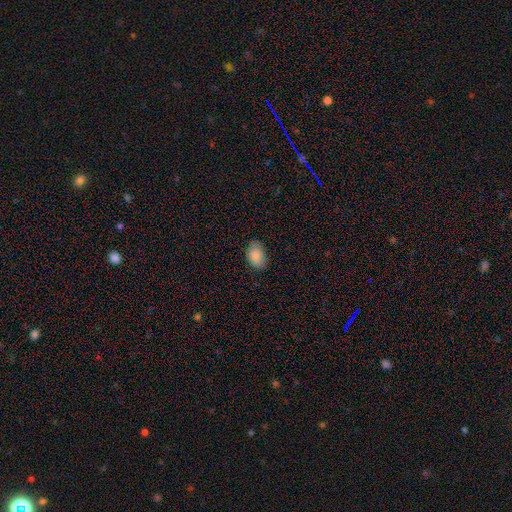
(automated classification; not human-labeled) Morphology: type=smooth (87%); roundness=in between (90%); merging=none (80%).